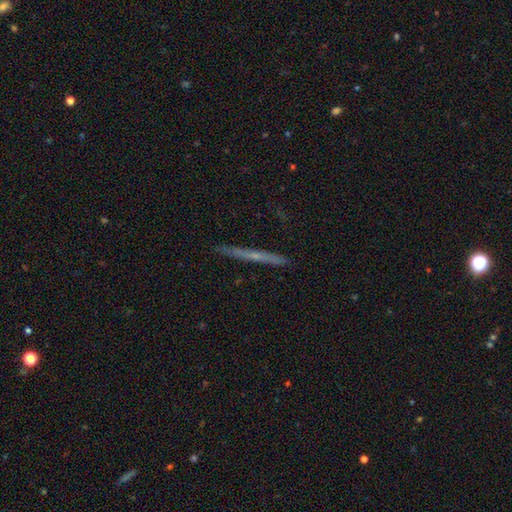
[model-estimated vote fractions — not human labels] This is likely a featured or disk galaxy (62%). It is clearly viewed edge-on (97%). Edge-on bulge: likely none (62%). Merging: clearly none (91%).